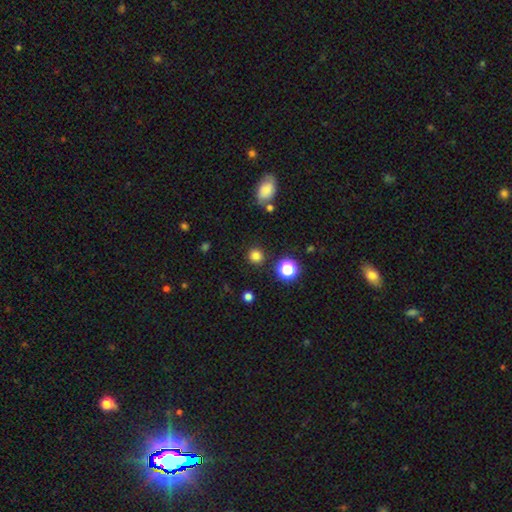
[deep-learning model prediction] Q: Smooth or featured?
A: smooth (80%); runner-up: star or artifact (15%)
Q: How rounded?
A: round (91%); runner-up: in between (8%)
Q: Merging?
A: none (88%); runner-up: minor disturbance (7%)